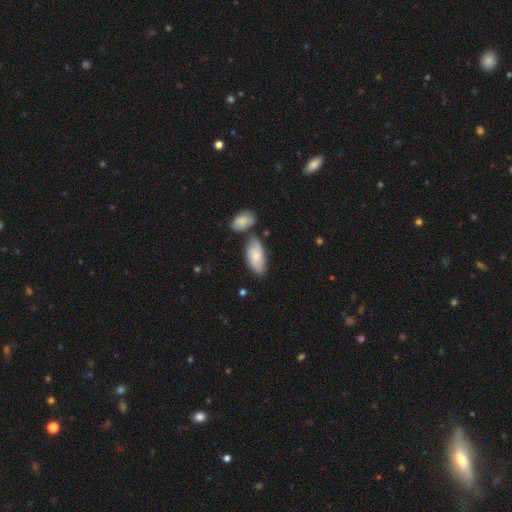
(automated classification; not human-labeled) This appears to be a smooth galaxy with no disk features (71%) that is in between round and cigar-shaped (91%). Merging: none (57%).